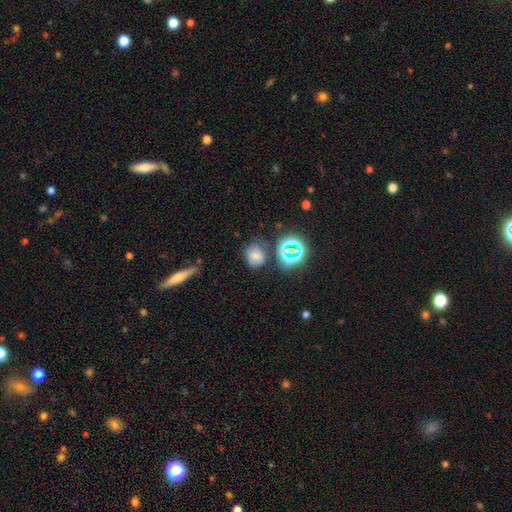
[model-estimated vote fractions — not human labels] This is likely a smooth galaxy (69%). How rounded: likely round (64%). Merging: likely none (69%).